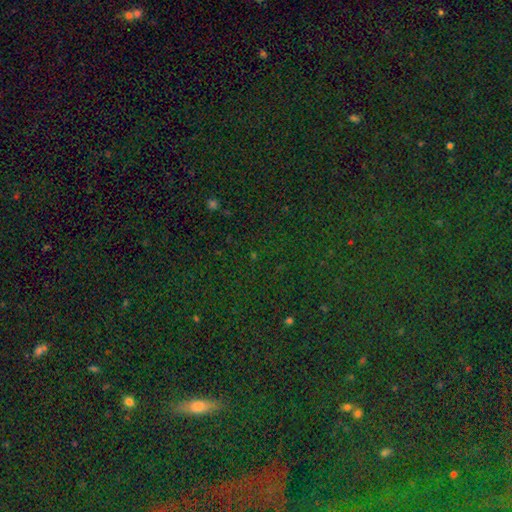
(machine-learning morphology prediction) Smooth or featured?
  - star or artifact: 74% *
  - smooth: 15%
  - featured or disk: 11%